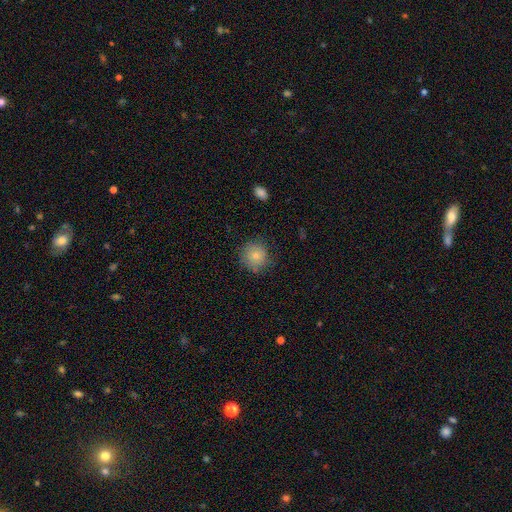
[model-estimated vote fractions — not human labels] The model was most divided on "merging": none: 80%, minor disturbance: 15%, major disturbance: 4%, merger: 2%. More confident: how rounded — round (91%); smooth or featured — smooth (82%).